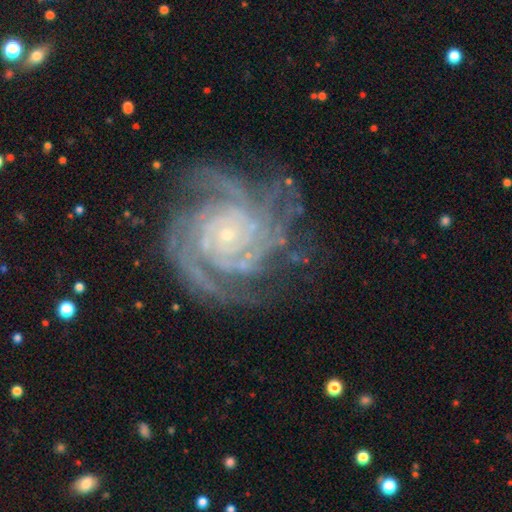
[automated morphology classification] This is clearly a featured or disk galaxy (91%). It is clearly not viewed edge-on (98%). Bar: likely no (77%). Spiral arm pattern: clearly yes (98%). Spiral arm count: marginally 4 (25%). Spiral winding: likely tight (75%). Central bulge: clearly small (87%). Merging: likely none (71%).